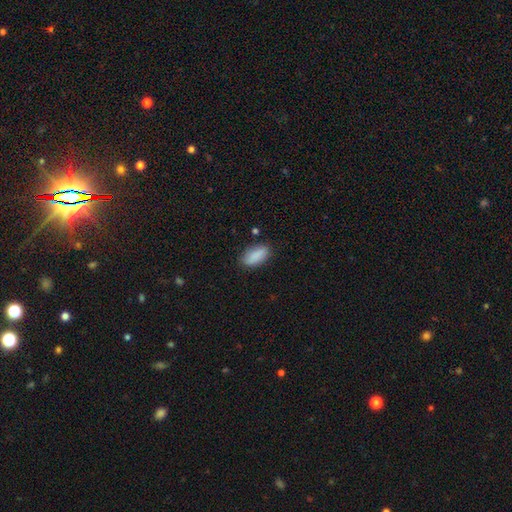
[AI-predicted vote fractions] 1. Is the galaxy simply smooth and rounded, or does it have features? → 88% smooth, 7% star or artifact, 6% featured or disk.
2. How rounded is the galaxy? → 86% in between, 11% cigar-shaped, 3% round.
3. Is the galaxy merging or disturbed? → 81% none, 14% minor disturbance, 3% major disturbance, 2% merger.